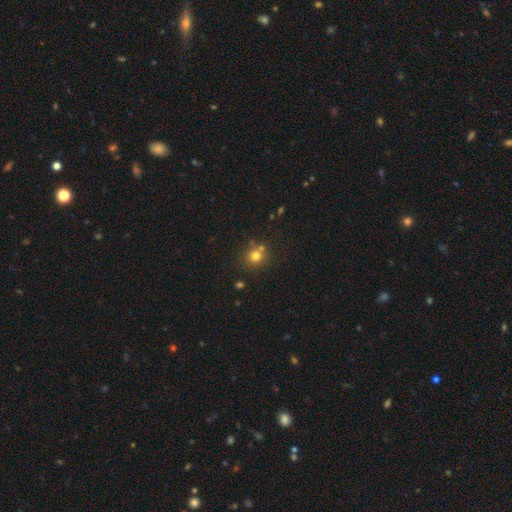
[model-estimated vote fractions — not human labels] Q: Smooth or featured?
A: smooth (75%); runner-up: star or artifact (15%)
Q: How rounded?
A: round (87%); runner-up: in between (12%)
Q: Merging?
A: none (69%); runner-up: merger (17%)